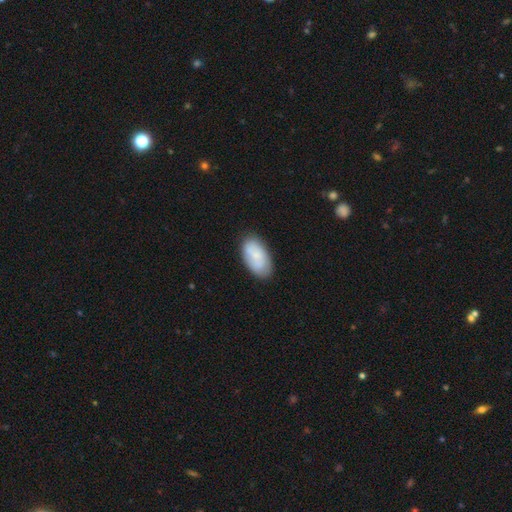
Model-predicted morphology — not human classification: This is likely a smooth galaxy (66%). How rounded: clearly in between (94%). Merging: clearly none (80%).